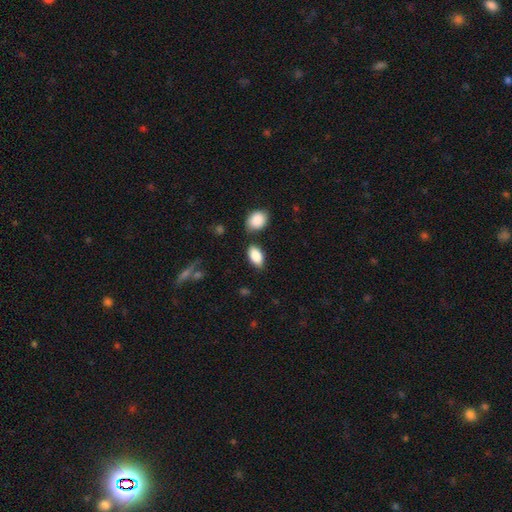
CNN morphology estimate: smooth 87%, star or artifact 7%, featured or disk 6%. Down the decision tree: how rounded — in between (92%); merging — none (76%).